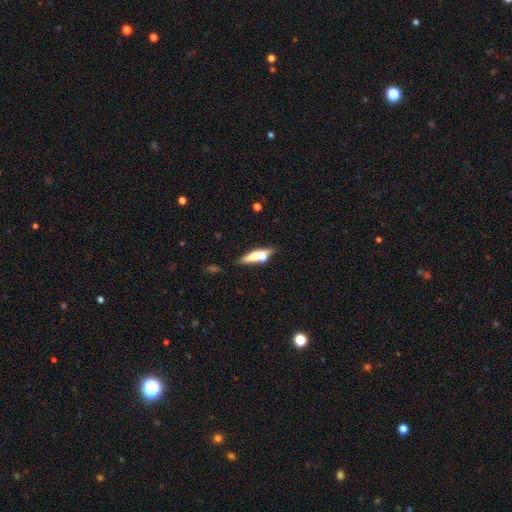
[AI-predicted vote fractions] Smooth or featured?
  - smooth: 52% *
  - featured or disk: 41%
  - star or artifact: 7%
How rounded?
  - cigar-shaped: 70% *
  - in between: 25%
  - round: 4%
Merging?
  - none: 58% *
  - merger: 25%
  - minor disturbance: 12%
  - major disturbance: 4%